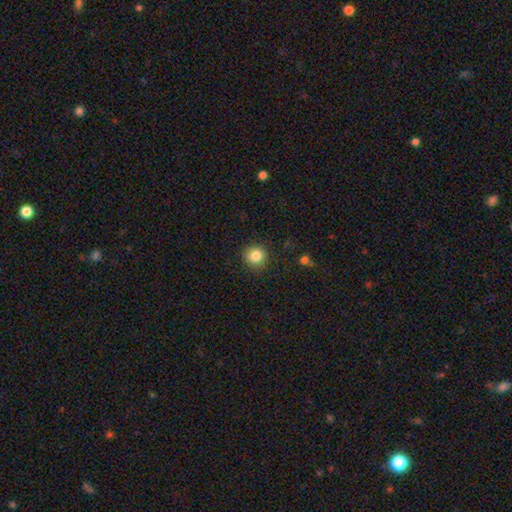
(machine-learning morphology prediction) Smooth or featured? smooth (84%)
How rounded? round (93%)
Merging? none (89%)